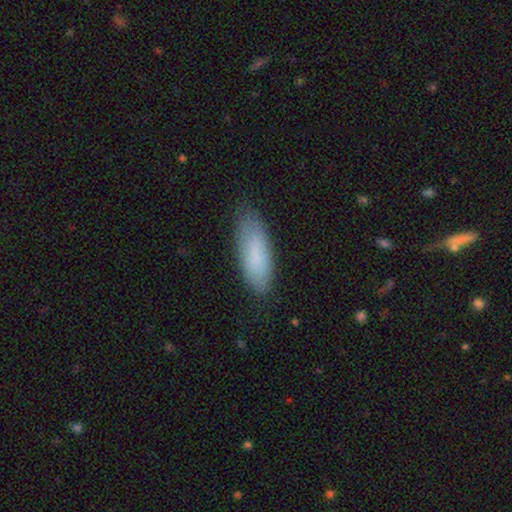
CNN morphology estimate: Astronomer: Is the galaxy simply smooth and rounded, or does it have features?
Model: smooth — 81%.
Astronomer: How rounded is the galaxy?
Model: in between — 64%.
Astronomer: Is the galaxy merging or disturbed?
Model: none — 77%.